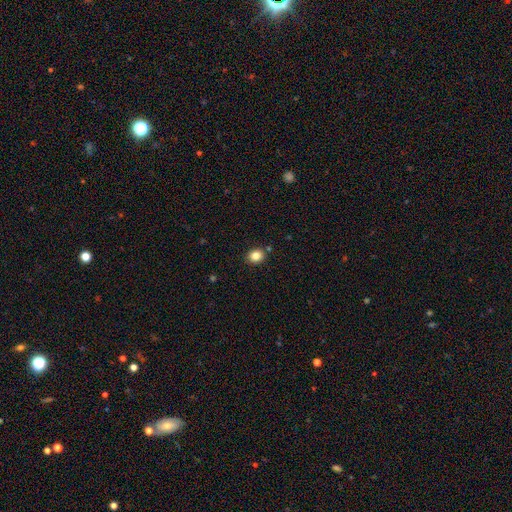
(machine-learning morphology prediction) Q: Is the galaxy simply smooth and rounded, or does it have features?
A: smooth — 83%.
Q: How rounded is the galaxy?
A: round — 65%.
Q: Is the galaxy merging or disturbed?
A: none — 87%.